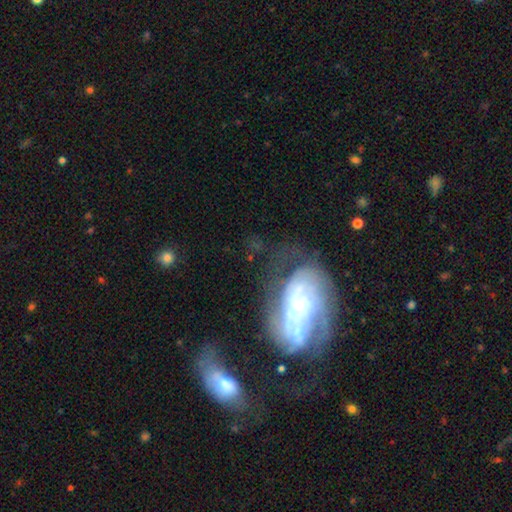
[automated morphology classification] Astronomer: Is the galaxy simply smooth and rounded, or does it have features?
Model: featured or disk — 72%.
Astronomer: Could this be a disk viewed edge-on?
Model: no — 95%.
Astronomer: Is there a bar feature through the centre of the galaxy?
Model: no — 55% (runner-up: weak, 31%).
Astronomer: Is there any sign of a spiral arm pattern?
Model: yes — 81%.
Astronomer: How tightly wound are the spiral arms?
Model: tight — 43% (runner-up: medium, 37%).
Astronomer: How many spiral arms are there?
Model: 2 — 44% (runner-up: can't tell, 34%).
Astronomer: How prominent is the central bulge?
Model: small — 52% (runner-up: moderate, 39%).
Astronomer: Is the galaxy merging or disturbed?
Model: none — 43% (runner-up: major disturbance, 22%).